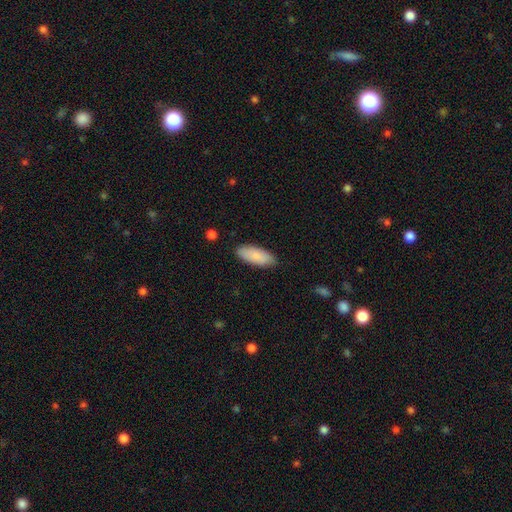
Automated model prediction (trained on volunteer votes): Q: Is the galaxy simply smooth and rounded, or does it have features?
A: smooth — 84%.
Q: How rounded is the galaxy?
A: in between — 83%.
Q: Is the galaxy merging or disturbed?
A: none — 85%.